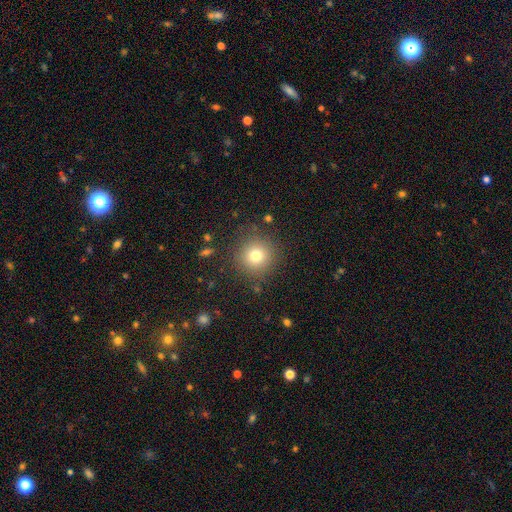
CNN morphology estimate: Smooth or featured: smooth — 76% (star or artifact — 14%)
How rounded: round — 94% (in between — 5%)
Merging: none — 87% (minor disturbance — 8%)